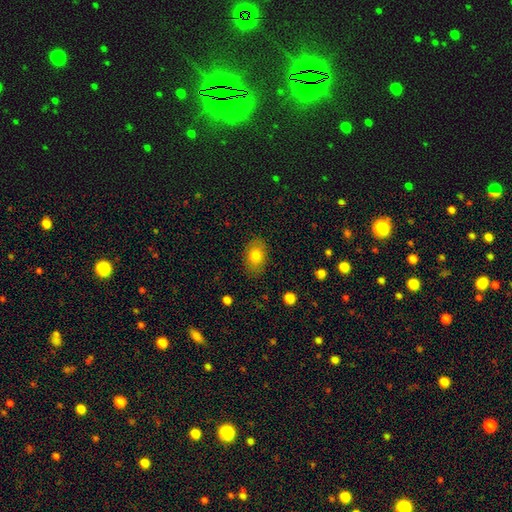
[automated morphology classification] Smooth or featured? smooth (79%)
How rounded? in between (82%)
Merging? none (84%)